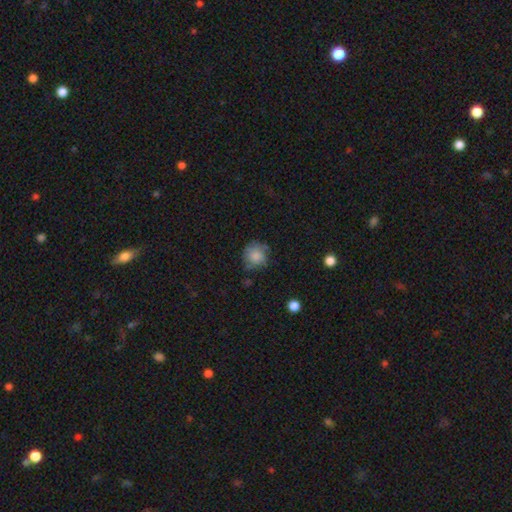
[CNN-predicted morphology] Smooth or featured? Predicted: smooth (p=0.79). How rounded? Predicted: round (p=0.87). Merging? Predicted: none (p=0.64).